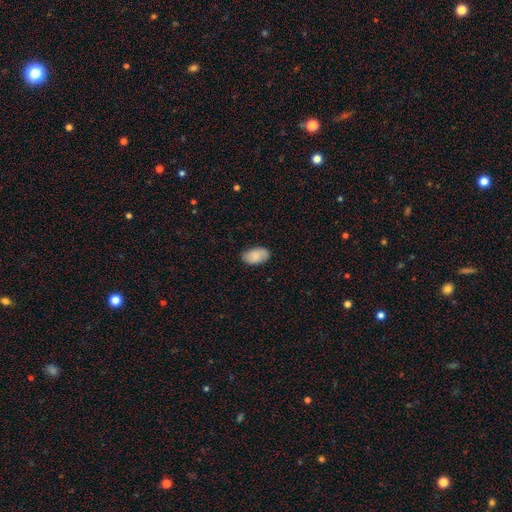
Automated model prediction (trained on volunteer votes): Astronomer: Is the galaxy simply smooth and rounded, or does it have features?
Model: smooth — 81%.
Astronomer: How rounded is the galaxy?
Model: in between — 94%.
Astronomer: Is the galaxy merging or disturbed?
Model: none — 83%.